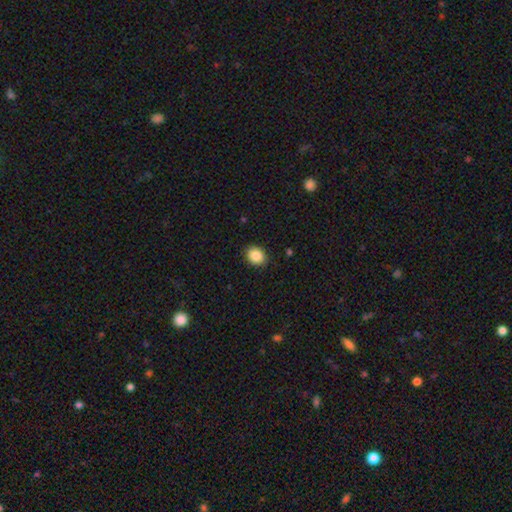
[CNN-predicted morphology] A smooth galaxy with no disk features (86%) that is round (58%). Merging: none (89%).